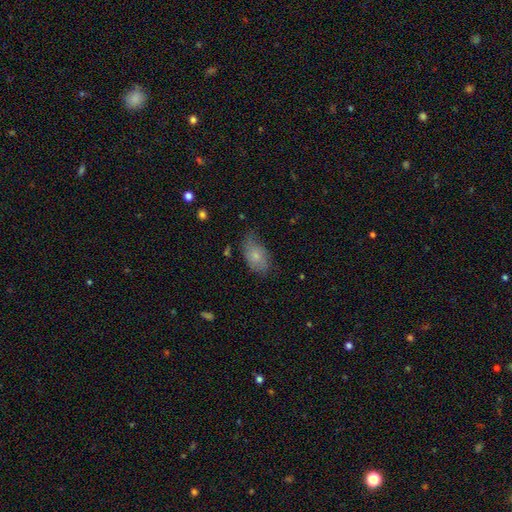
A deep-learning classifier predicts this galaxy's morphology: smooth 69%, featured or disk 23%, star or artifact 7%. Down the decision tree: how rounded — in between (91%); merging — none (58%).